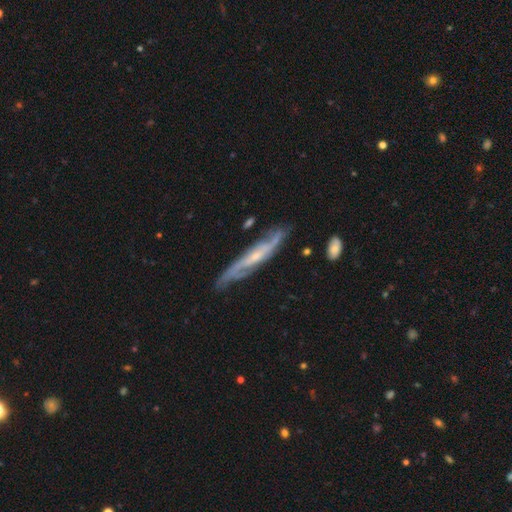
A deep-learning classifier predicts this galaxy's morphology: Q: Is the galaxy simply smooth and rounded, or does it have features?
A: featured or disk — 81%.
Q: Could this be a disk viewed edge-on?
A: no — 53%.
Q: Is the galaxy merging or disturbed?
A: none — 72%.